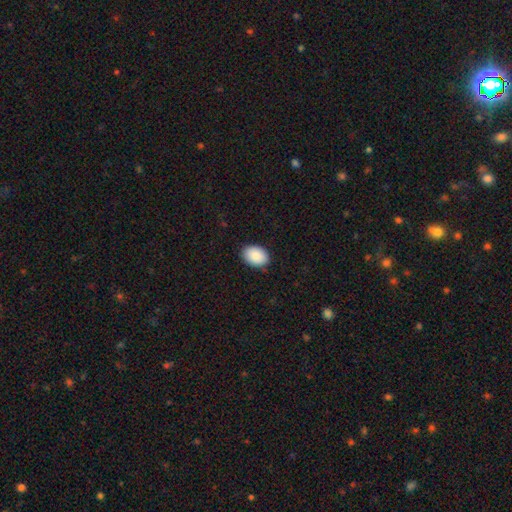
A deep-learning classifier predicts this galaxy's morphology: This appears to be a smooth galaxy with no disk features (89%) that is in between round and cigar-shaped (82%). Merging: none (88%).